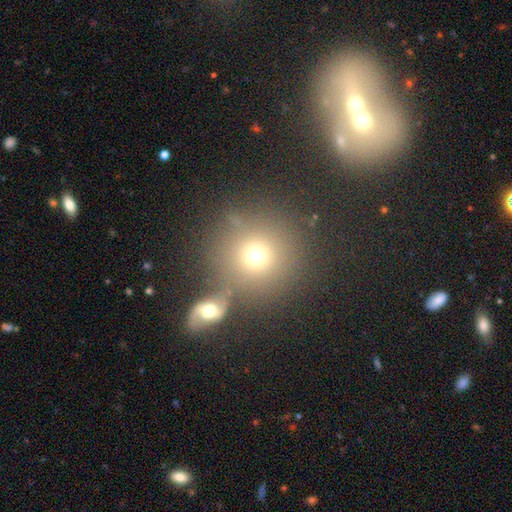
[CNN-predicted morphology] The model was most divided on "merging": none: 63%, merger: 22%, minor disturbance: 10%, major disturbance: 5%. More confident: how rounded — round (91%); smooth or featured — smooth (71%).